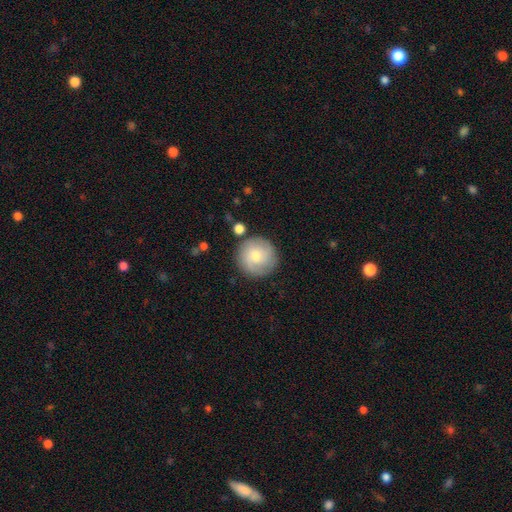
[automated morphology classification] This appears to be a smooth galaxy with no disk features (60%) that is round (95%). Merging: none (83%).